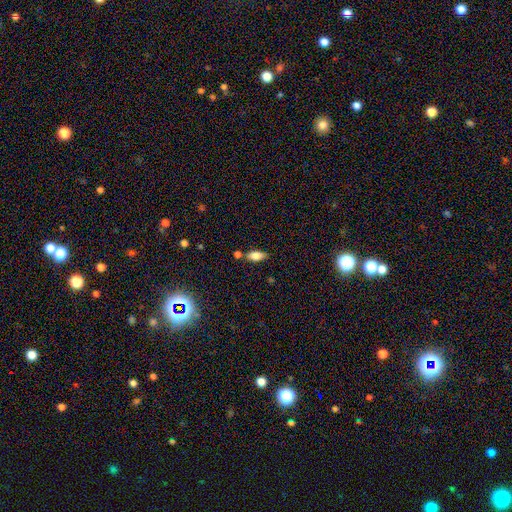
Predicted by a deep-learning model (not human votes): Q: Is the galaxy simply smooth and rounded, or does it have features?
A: smooth — 77%.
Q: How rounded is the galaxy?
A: in between — 85%.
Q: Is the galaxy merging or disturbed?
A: none — 69%.